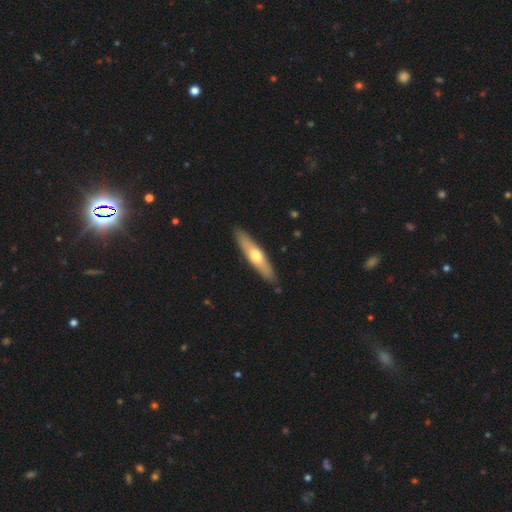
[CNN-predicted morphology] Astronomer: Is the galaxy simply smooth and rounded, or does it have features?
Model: smooth — 48% (runner-up: featured or disk, 47%).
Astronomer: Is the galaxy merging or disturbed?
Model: none — 89%.